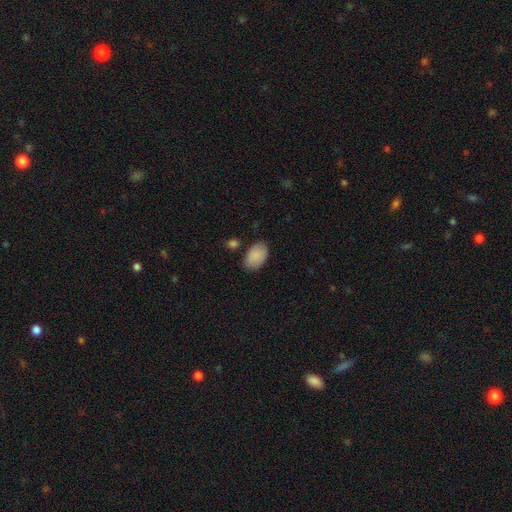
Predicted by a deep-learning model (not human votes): This appears to be a smooth galaxy with no disk features (89%) that is in between round and cigar-shaped (92%). Merging: none (81%).